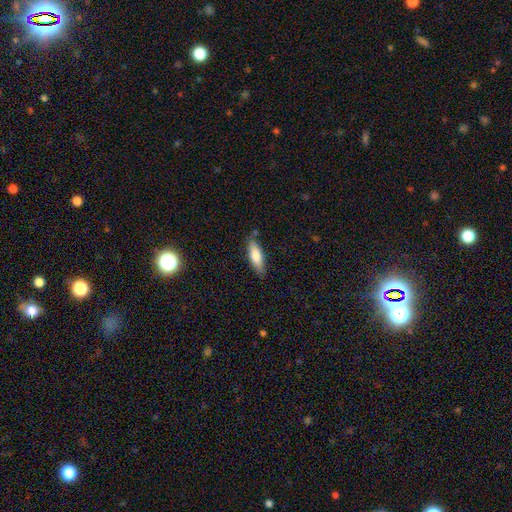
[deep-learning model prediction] A smooth galaxy with no disk features (76%) that is in between round and cigar-shaped (53%). Merging: none (77%).